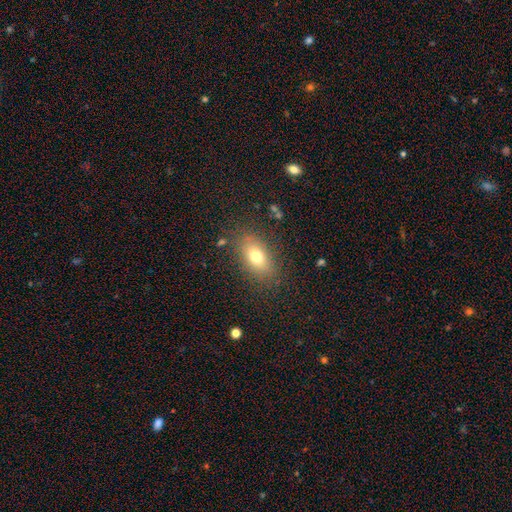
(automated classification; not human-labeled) Smooth or featured? Predicted: smooth (p=0.75). How rounded? Predicted: in between (p=0.84). Merging? Predicted: none (p=0.83).